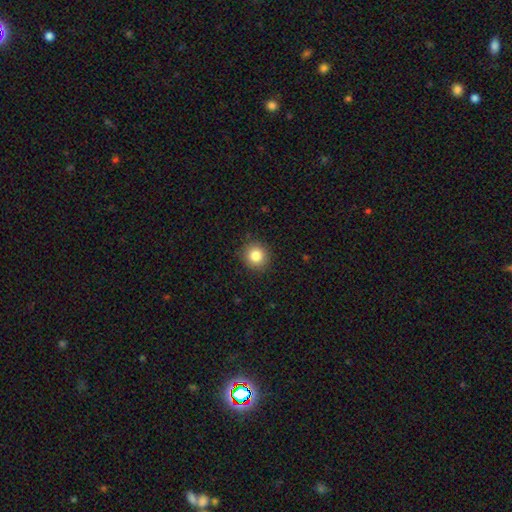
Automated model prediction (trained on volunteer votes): Smooth or featured? smooth (84%)
How rounded? round (90%)
Merging? none (90%)